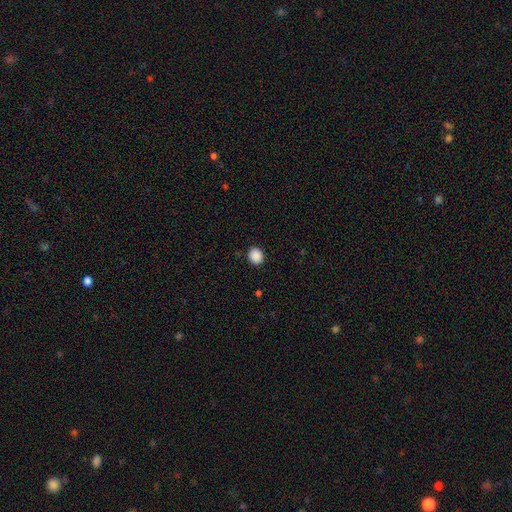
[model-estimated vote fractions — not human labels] Smooth or featured: smooth — 89% (star or artifact — 9%)
How rounded: round — 70% (in between — 29%)
Merging: none — 90% (minor disturbance — 7%)